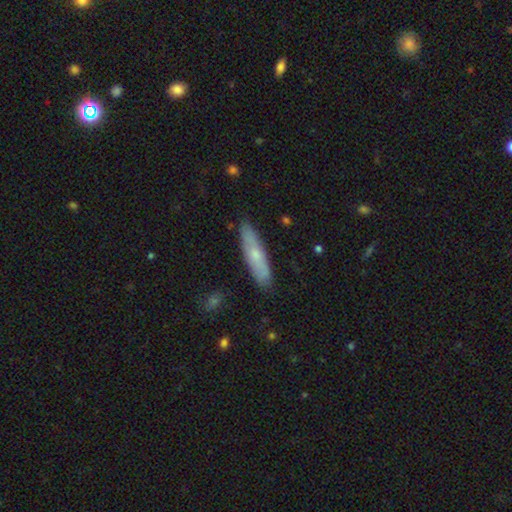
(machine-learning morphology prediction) smooth 58%, featured or disk 36%, star or artifact 6%. Down the decision tree: how rounded — cigar-shaped (74%); merging — none (85%).